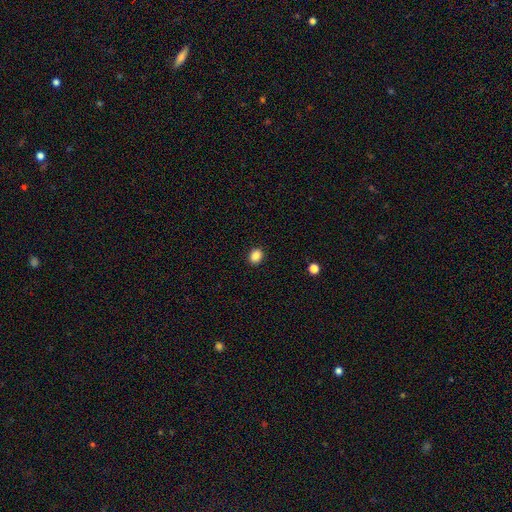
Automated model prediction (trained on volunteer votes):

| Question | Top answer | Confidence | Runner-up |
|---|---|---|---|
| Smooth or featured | smooth | 87% | star or artifact (10%) |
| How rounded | round | 52% | in between (47%) |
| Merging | none | 91% | minor disturbance (6%) |